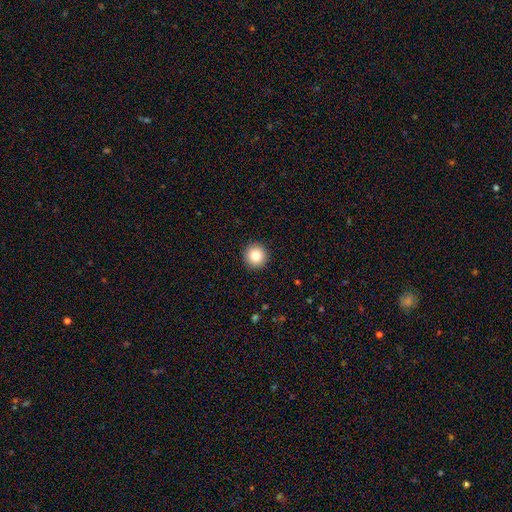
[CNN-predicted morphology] Smooth or featured? smooth (82%)
How rounded? round (95%)
Merging? none (93%)